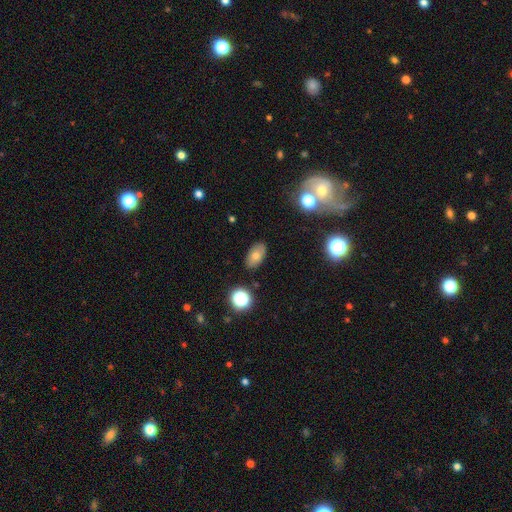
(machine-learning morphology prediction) Q: Smooth or featured?
A: smooth (71%); runner-up: featured or disk (16%)
Q: How rounded?
A: in between (90%); runner-up: round (7%)
Q: Merging?
A: none (85%); runner-up: minor disturbance (10%)